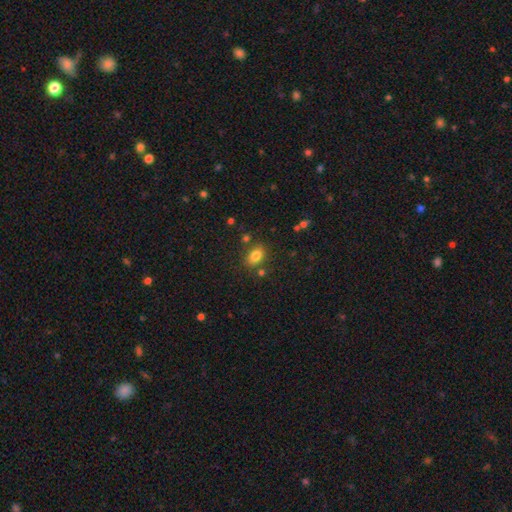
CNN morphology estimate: smooth_or_featured: smooth (p=0.81) [alt: star or artifact p=0.11]
how_rounded: in between (p=0.79) [alt: round p=0.20]
merging: none (p=0.77) [alt: minor disturbance p=0.12]